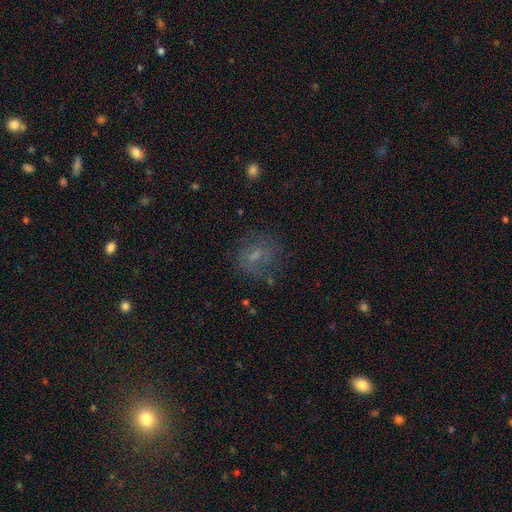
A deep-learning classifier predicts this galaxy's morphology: A smooth galaxy with no disk features (49%). Merging: none (62%).